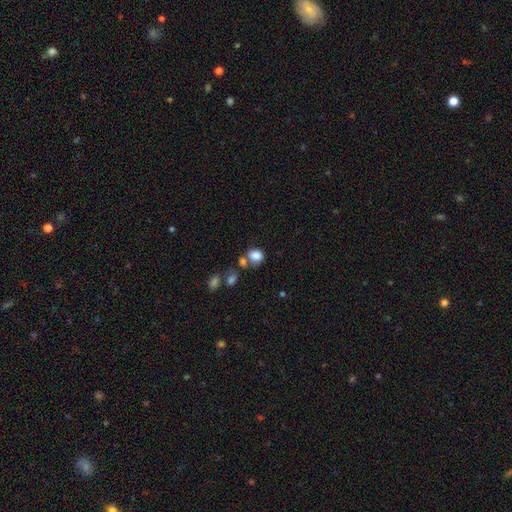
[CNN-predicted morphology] The model was most divided on "how rounded": round: 55%, in between: 43%, cigar-shaped: 1%. Remaining: smooth or featured — smooth (82%); merging — none (49%).